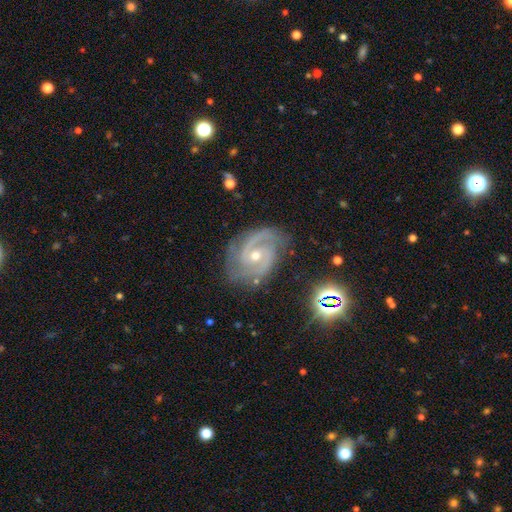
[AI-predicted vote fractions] The model was most divided on "bulge size": moderate: 51%, small: 47%, large: 1%, none: 1%, dominant: 1%. Remaining: spiral arms — yes (98%); edge-on disk — no (97%); smooth or featured — featured or disk (90%); merging — none (75%); spiral arm count — 2 (69%); bar — no (58%); spiral winding — tight (49%).